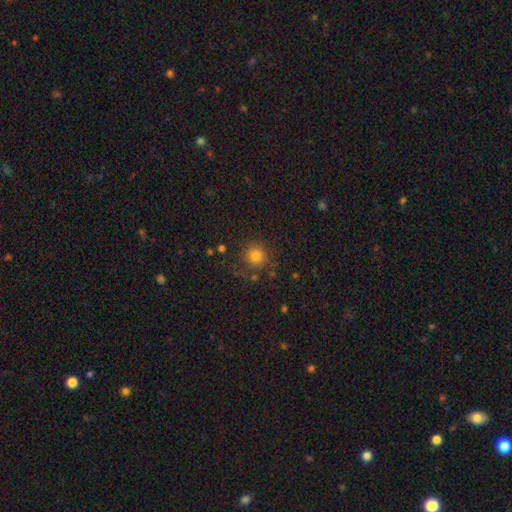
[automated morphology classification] smooth_or_featured: smooth (p=0.79) [alt: star or artifact p=0.14]
how_rounded: round (p=0.93) [alt: in between p=0.06]
merging: none (p=0.81) [alt: minor disturbance p=0.11]